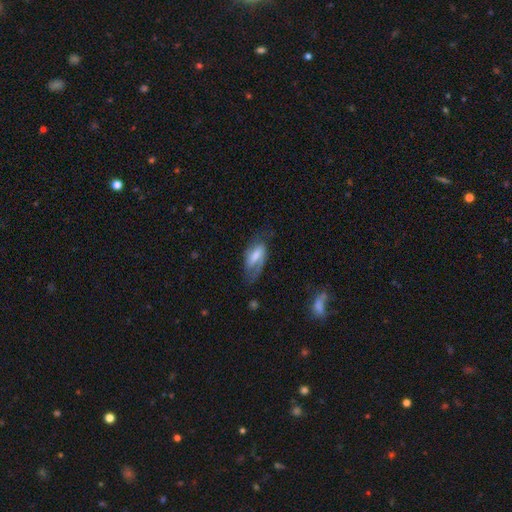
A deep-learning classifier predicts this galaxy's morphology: featured or disk 59%, smooth 34%, star or artifact 7%. Down the decision tree: edge-on disk — no (91%); bar — weak (41%); spiral arms — yes (83%); bulge size — moderate (39%); merging — none (52%).